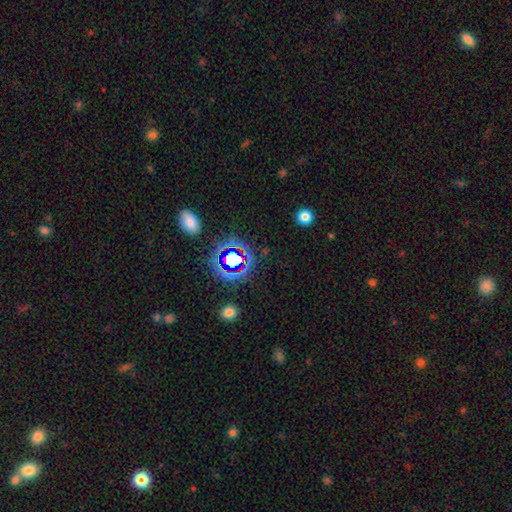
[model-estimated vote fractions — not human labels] Smooth or featured? Predicted: star or artifact (p=0.67).